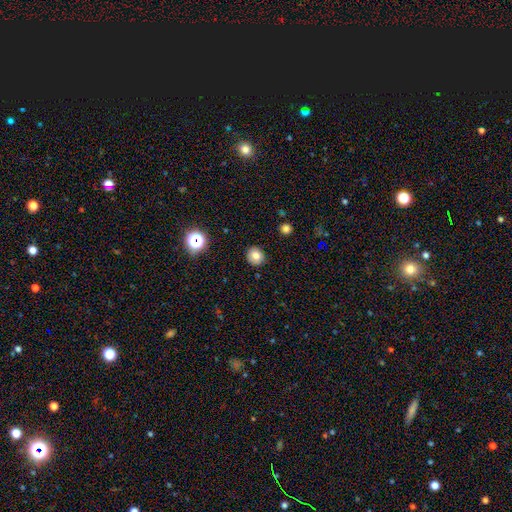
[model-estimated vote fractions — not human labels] Q: Smooth or featured?
A: smooth (78%); runner-up: star or artifact (13%)
Q: How rounded?
A: round (88%); runner-up: in between (11%)
Q: Merging?
A: none (89%); runner-up: minor disturbance (7%)